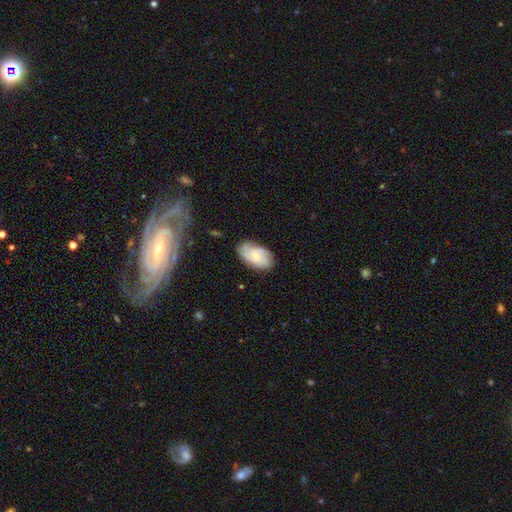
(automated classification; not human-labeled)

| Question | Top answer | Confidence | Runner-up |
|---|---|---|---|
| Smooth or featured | featured or disk | 67% | smooth (26%) |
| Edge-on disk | no | 96% | yes (4%) |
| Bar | no | 73% | weak (23%) |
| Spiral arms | yes | 93% | no (7%) |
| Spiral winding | tight | 56% | medium (34%) |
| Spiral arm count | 3 | 31% | can't tell (27%) |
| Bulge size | small | 67% | moderate (28%) |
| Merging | none | 77% | minor disturbance (18%) |